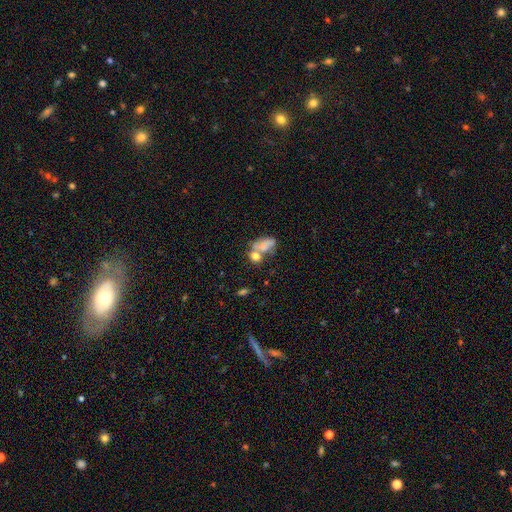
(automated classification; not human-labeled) This appears to be a smooth galaxy with no disk features (64%) that is in between round and cigar-shaped (73%). Merging: merger (49%).